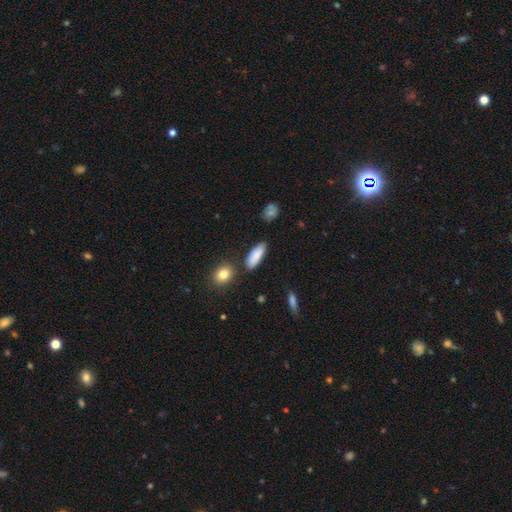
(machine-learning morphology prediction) Smooth or featured? Predicted: smooth (p=0.85). How rounded? Predicted: in between (p=0.67). Merging? Predicted: none (p=0.81).